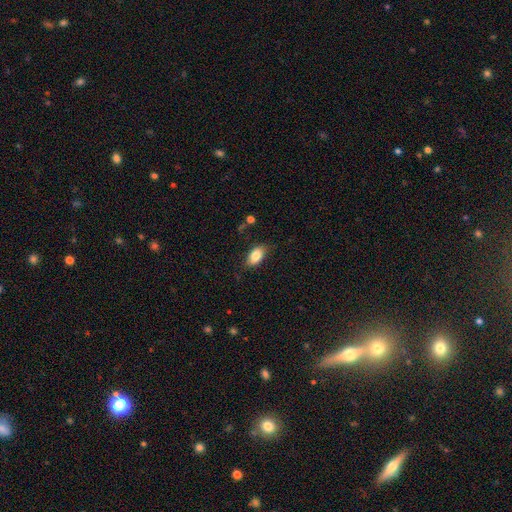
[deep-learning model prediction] Smooth or featured: smooth — 83% (featured or disk — 10%)
How rounded: in between — 91% (round — 6%)
Merging: none — 81% (minor disturbance — 14%)